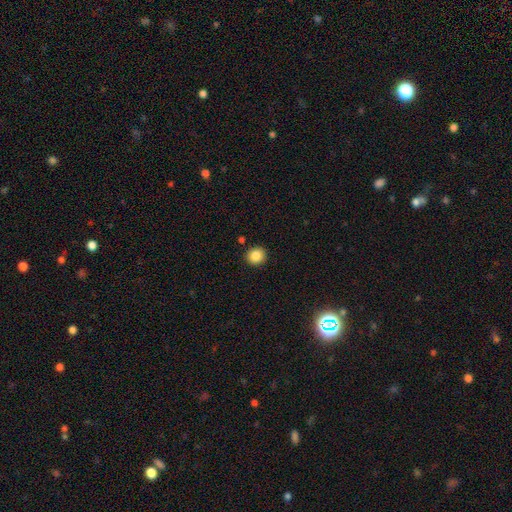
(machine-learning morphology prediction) Q: Smooth or featured?
A: smooth (85%); runner-up: star or artifact (10%)
Q: How rounded?
A: round (89%); runner-up: in between (10%)
Q: Merging?
A: none (91%); runner-up: minor disturbance (6%)